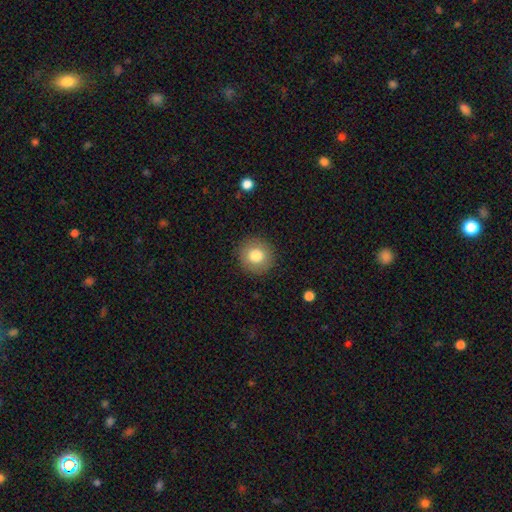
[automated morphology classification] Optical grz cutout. It shows a smooth galaxy with no disk features (79%) that is round (93%). Merging: none (90%).